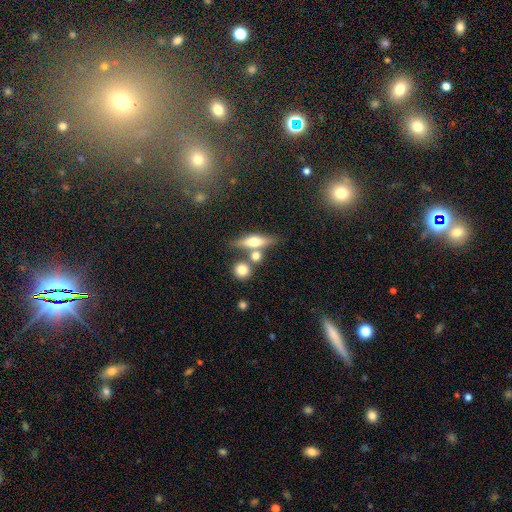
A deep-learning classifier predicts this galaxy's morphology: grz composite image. It shows a smooth galaxy with no disk features (57%) that is in between round and cigar-shaped (35%). Merging: none (62%).